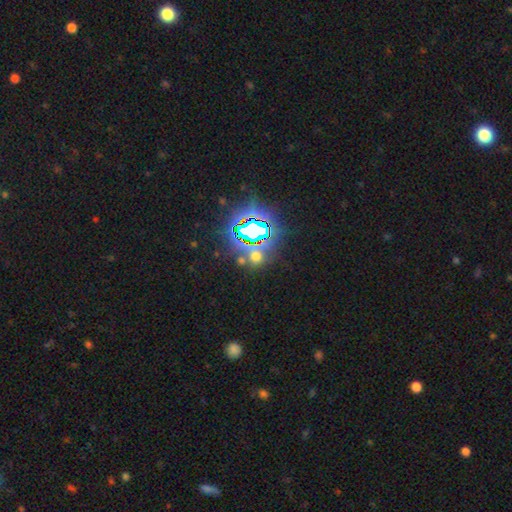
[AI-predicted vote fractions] Smooth or featured? star or artifact (61%)